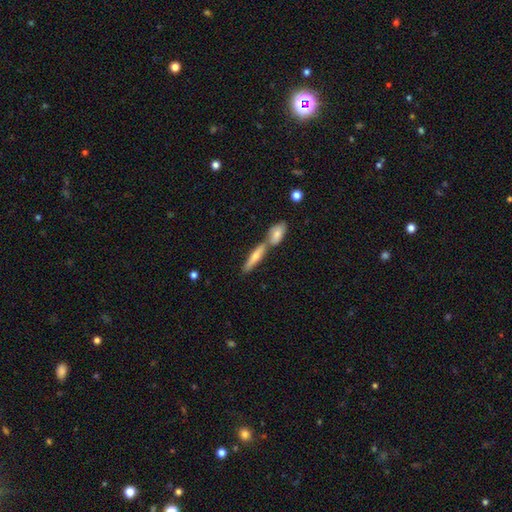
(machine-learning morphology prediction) Smooth or featured? smooth (50%)
Merging? none (47%)